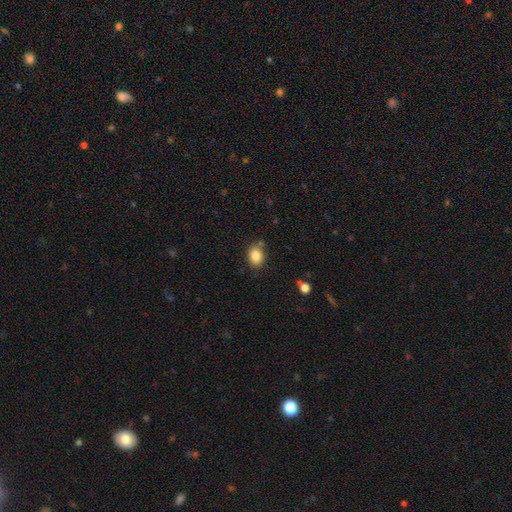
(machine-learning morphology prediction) A smooth galaxy with no disk features (85%) that is in between round and cigar-shaped (68%). Merging: none (80%).